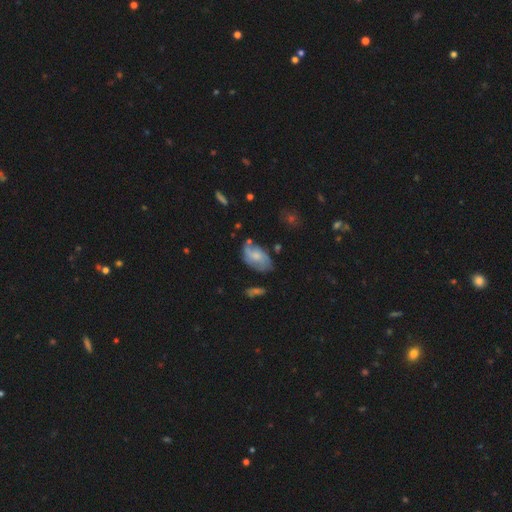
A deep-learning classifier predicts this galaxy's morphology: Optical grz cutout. It shows a featured or disk galaxy (51%). Merging: none (56%).